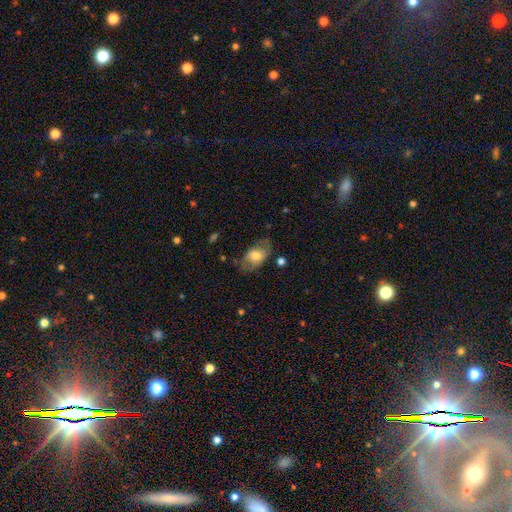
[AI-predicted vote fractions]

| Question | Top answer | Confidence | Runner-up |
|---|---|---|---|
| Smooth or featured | smooth | 65% | featured or disk (28%) |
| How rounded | in between | 86% | round (12%) |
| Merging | none | 63% | minor disturbance (23%) |